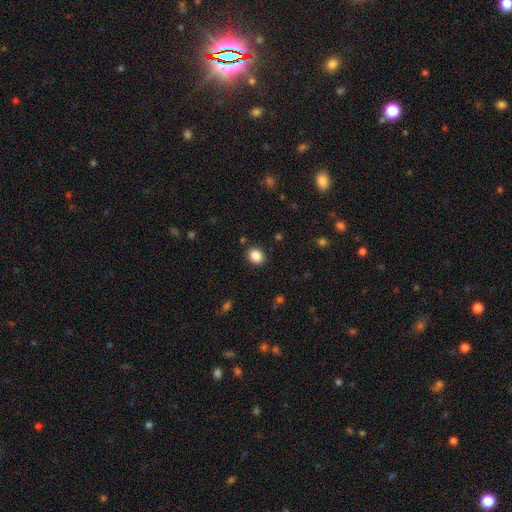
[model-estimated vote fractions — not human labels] Smooth or featured: smooth — 87% (star or artifact — 10%)
How rounded: round — 64% (in between — 35%)
Merging: none — 89% (minor disturbance — 7%)